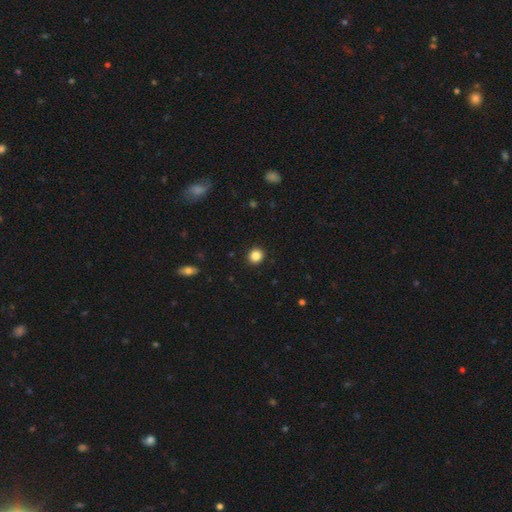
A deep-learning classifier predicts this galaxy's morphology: This appears to be a smooth galaxy with no disk features (85%) that is round (89%). Merging: none (93%).